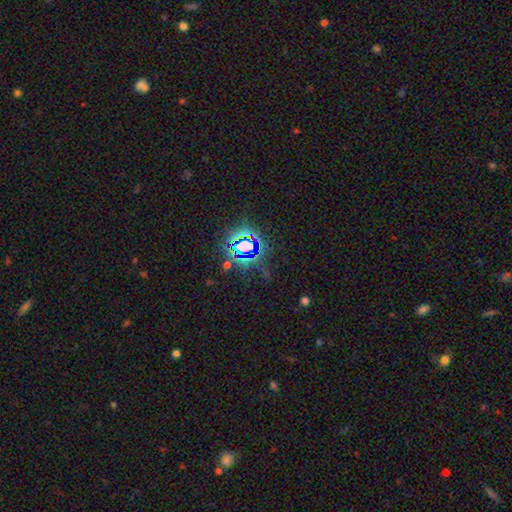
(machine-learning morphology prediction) The model was most divided on "smooth or featured": star or artifact: 81%, smooth: 12%, featured or disk: 7%.